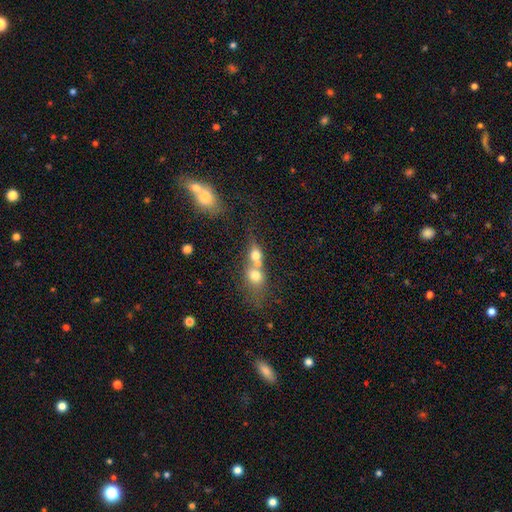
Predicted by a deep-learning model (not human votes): A smooth galaxy with no disk features (67%) that is round (58%).

Vote fractions:
- Smooth or featured? smooth: 67% / featured or disk: 20% / star or artifact: 12%
- How rounded? round: 58% / in between: 37% / cigar-shaped: 5%
- Merging? merger: 67% / none: 22% / minor disturbance: 6% / major disturbance: 5%